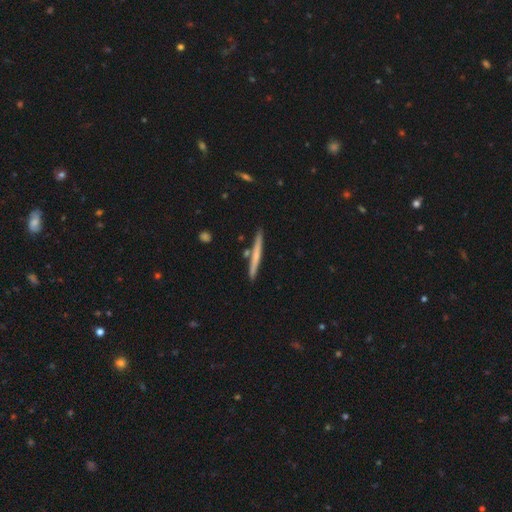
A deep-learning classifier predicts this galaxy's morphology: type=smooth (55%); roundness=cigar-shaped (97%); merging=none (87%).